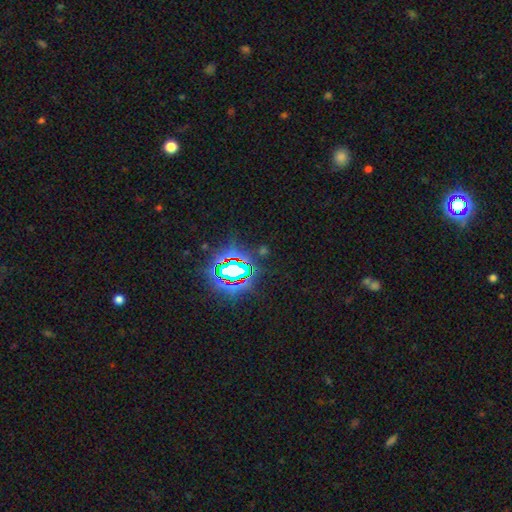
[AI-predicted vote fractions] Smooth or featured? Predicted: star or artifact (p=0.80).